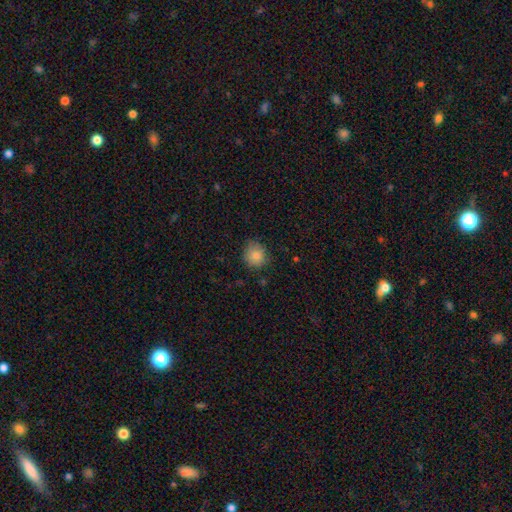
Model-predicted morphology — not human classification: Overall: smooth (83%). How rounded: round (79%). Merging: none (77%).